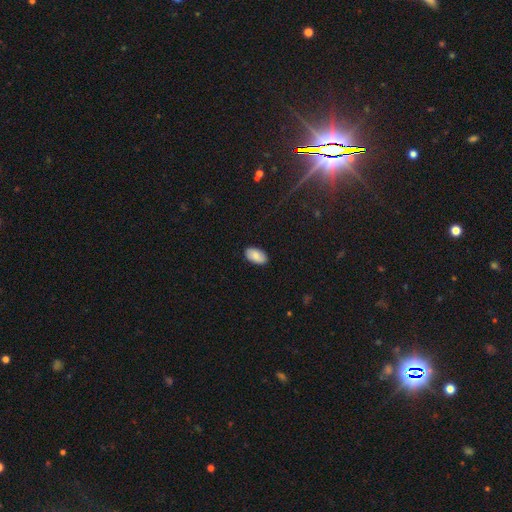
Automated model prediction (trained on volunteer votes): smooth-or-featured: smooth: 79% | featured or disk: 14% | star or artifact: 7%
  how-rounded: in between: 95% | round: 4% | cigar-shaped: 2%
  merging: none: 86% | minor disturbance: 11% | major disturbance: 2% | merger: 1%